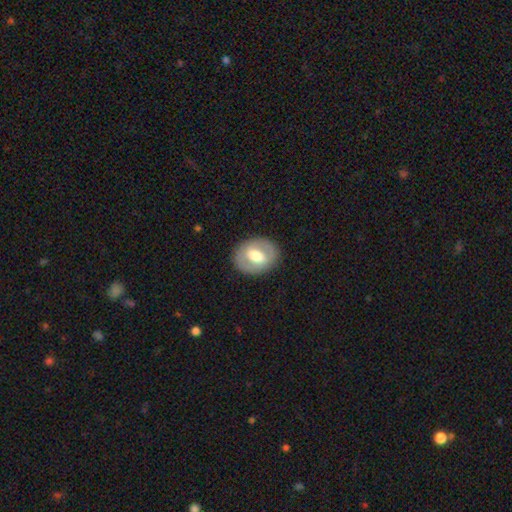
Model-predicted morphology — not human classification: Overall: smooth (48%; featured or disk 45%). Merging: none (86%).